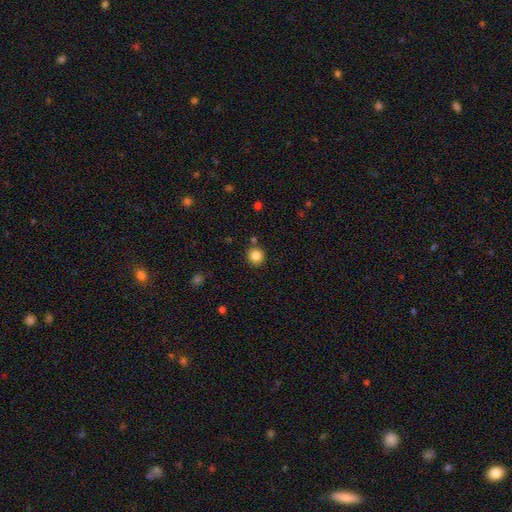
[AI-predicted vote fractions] smooth_or_featured: smooth (p=0.84) [alt: star or artifact p=0.11]
how_rounded: round (p=0.93) [alt: in between p=0.06]
merging: none (p=0.87) [alt: minor disturbance p=0.07]